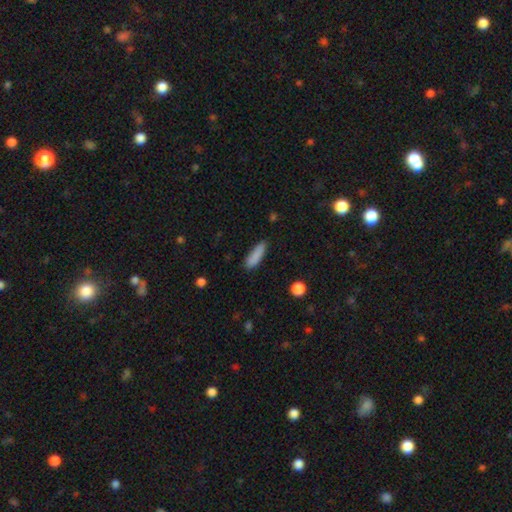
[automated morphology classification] Smooth or featured?
  - smooth: 86% *
  - star or artifact: 7%
  - featured or disk: 6%
How rounded?
  - cigar-shaped: 62% *
  - in between: 36%
  - round: 2%
Merging?
  - none: 80% *
  - minor disturbance: 15%
  - major disturbance: 3%
  - merger: 2%